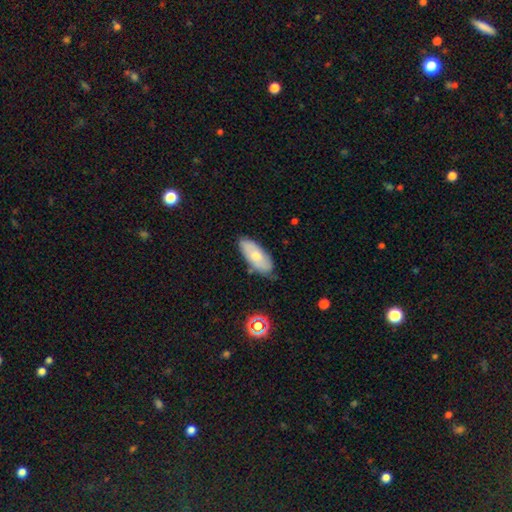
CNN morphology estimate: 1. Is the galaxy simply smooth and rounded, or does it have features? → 65% smooth, 28% featured or disk, 7% star or artifact.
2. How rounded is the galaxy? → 84% in between, 13% cigar-shaped, 2% round.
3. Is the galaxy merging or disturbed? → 74% none, 20% minor disturbance, 3% major disturbance, 3% merger.